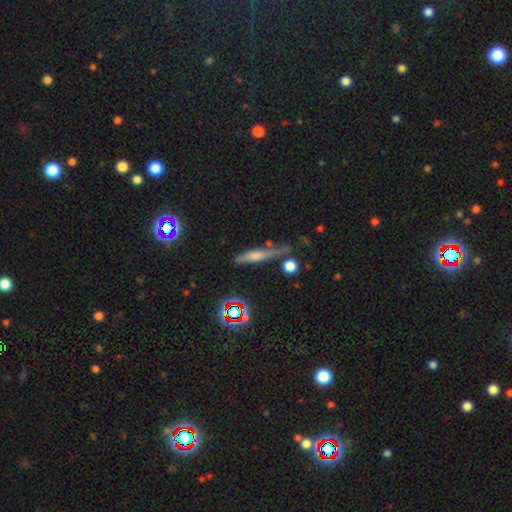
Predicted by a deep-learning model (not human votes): The model was most divided on "smooth or featured": featured or disk: 42%, smooth: 41%, star or artifact: 16%. More confident: merging — none (67%).